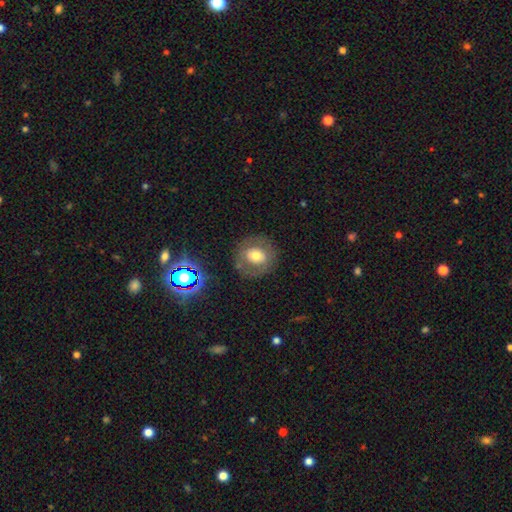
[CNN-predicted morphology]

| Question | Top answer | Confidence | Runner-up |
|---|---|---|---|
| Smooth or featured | smooth | 58% | featured or disk (31%) |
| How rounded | round | 83% | in between (16%) |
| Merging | none | 80% | minor disturbance (11%) |